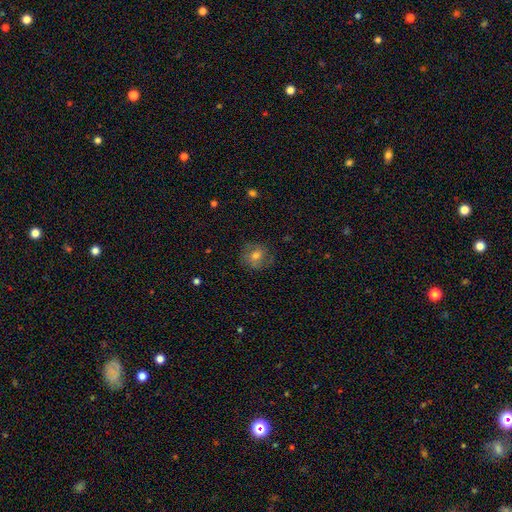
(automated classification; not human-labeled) Smooth or featured? Predicted: smooth (p=0.63). How rounded? Predicted: round (p=0.80). Merging? Predicted: none (p=0.76).